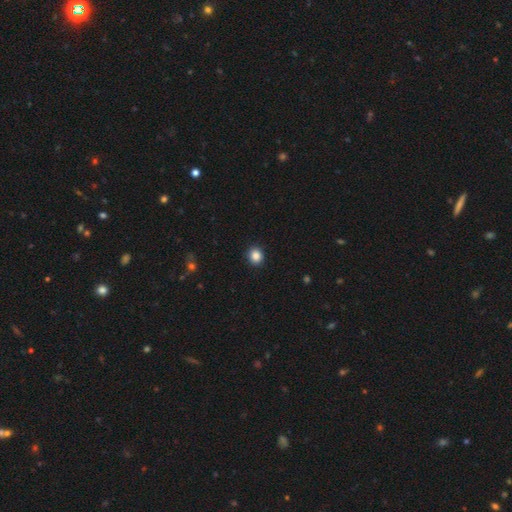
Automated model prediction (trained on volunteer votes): smooth-or-featured: smooth: 87% | star or artifact: 10% | featured or disk: 3%
  how-rounded: round: 79% | in between: 20% | cigar-shaped: 1%
  merging: none: 92% | minor disturbance: 6% | major disturbance: 2% | merger: 1%